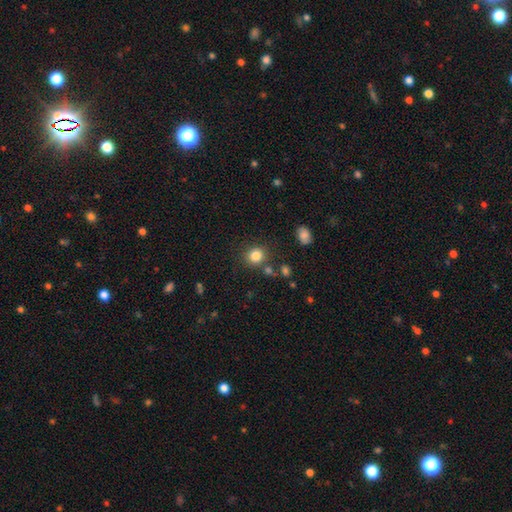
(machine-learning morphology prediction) The model was most divided on "how rounded": round: 82%, in between: 17%, cigar-shaped: 1%. More confident: smooth or featured — smooth (83%); merging — none (82%).